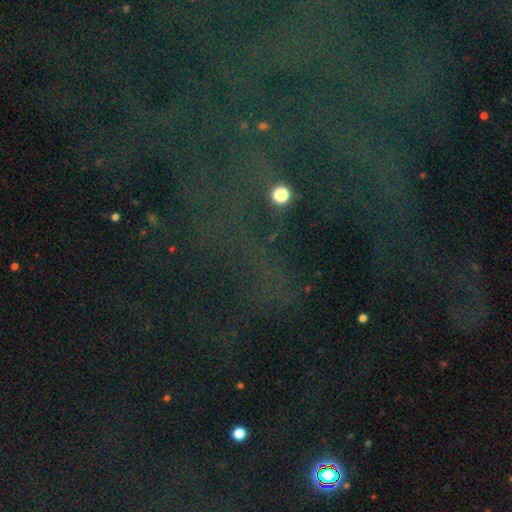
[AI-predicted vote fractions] Smooth or featured: star or artifact — 81% (smooth — 10%)